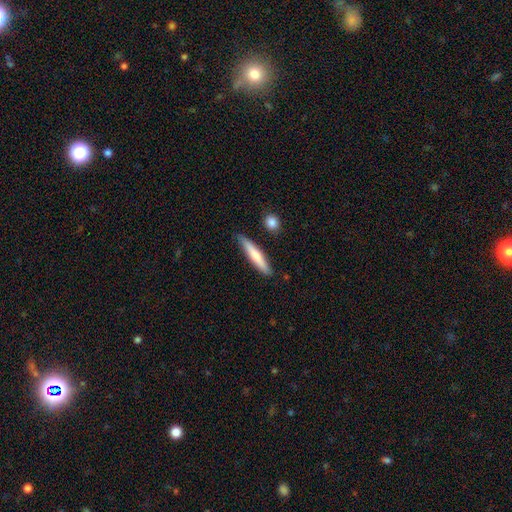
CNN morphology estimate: The model was most divided on "smooth or featured": smooth: 67%, featured or disk: 27%, star or artifact: 5%. More confident: how rounded — cigar-shaped (90%); merging — none (84%).